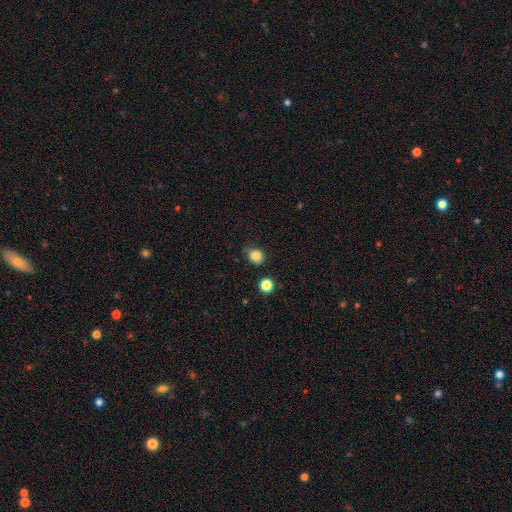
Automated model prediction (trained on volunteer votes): This is clearly a smooth galaxy (82%). How rounded: likely round (72%). Merging: likely none (71%).